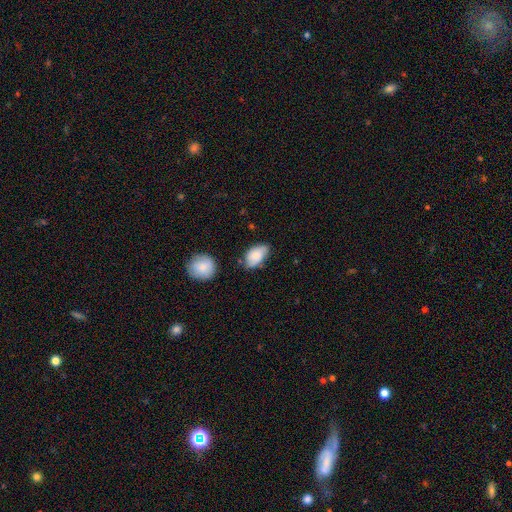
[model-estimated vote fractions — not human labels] A smooth galaxy with no disk features (80%) that is in between round and cigar-shaped (92%). Merging: none (56%).